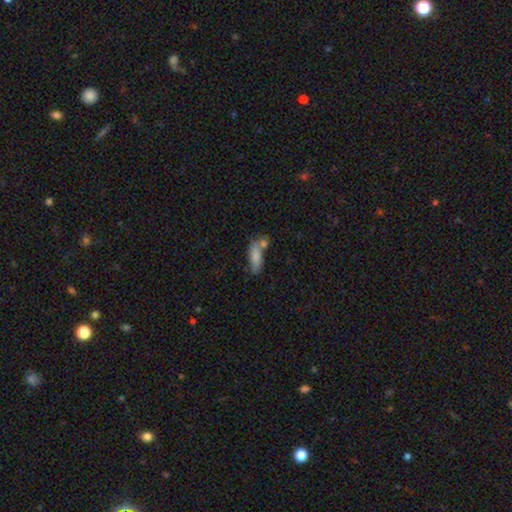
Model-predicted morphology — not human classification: Q: Smooth or featured?
A: smooth (80%); runner-up: featured or disk (12%)
Q: How rounded?
A: in between (68%); runner-up: cigar-shaped (30%)
Q: Merging?
A: none (45%); runner-up: merger (31%)